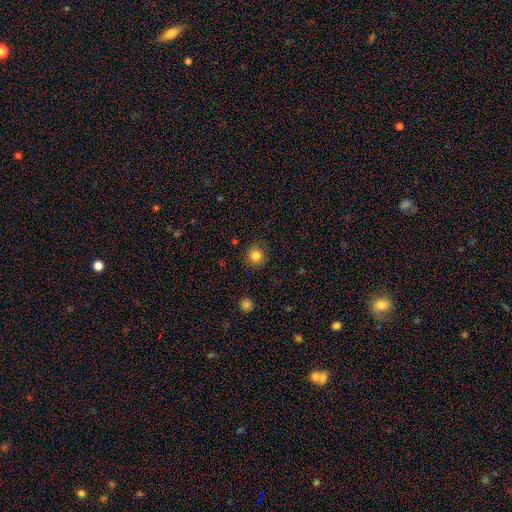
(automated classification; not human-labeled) A smooth galaxy with no disk features (83%) that is round (92%). Merging: none (88%).